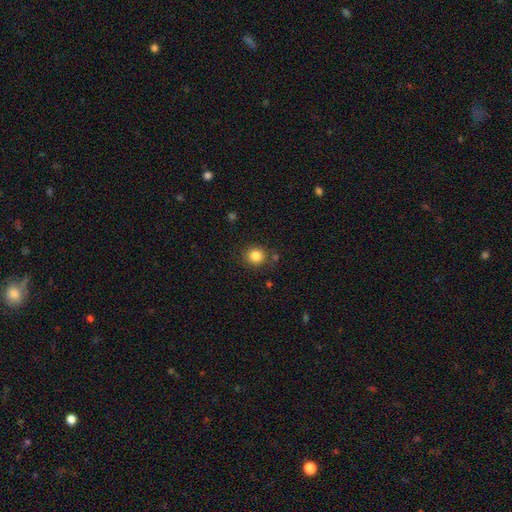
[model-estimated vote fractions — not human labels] The model was most divided on "smooth or featured": smooth: 84%, star or artifact: 11%, featured or disk: 5%. More confident: how rounded — round (88%); merging — none (83%).